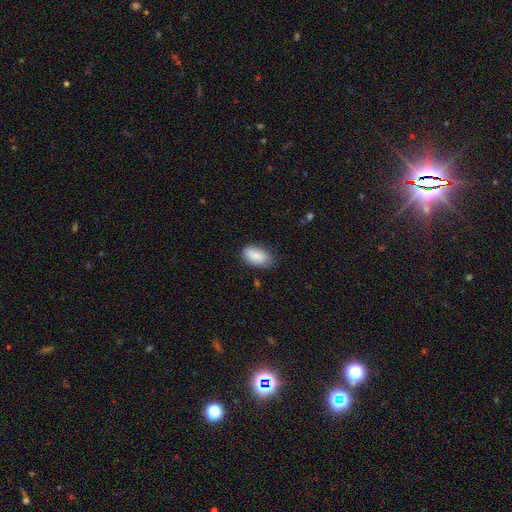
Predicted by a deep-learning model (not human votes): A smooth galaxy with no disk features (82%) that is in between round and cigar-shaped (94%). Merging: none (70%).